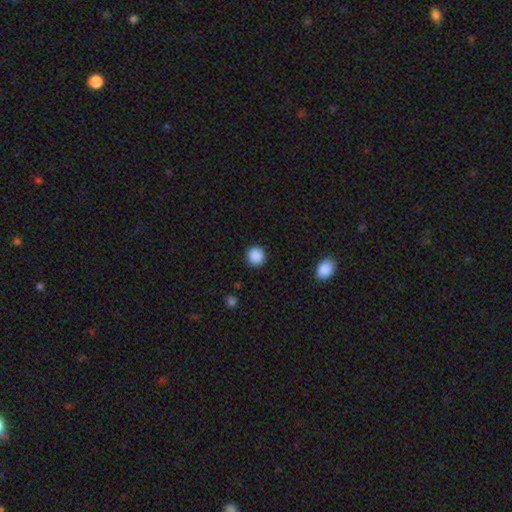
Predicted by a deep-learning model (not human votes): Morphology: type=smooth (89%); roundness=round (91%); merging=none (91%).